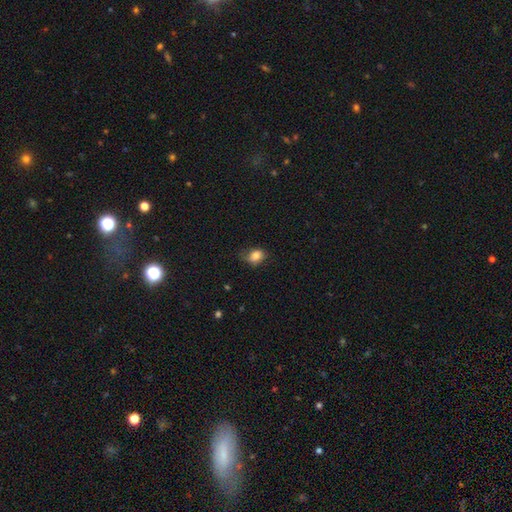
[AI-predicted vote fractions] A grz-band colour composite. It shows a smooth galaxy with no disk features (82%) that is in between round and cigar-shaped (58%). Merging: none (61%).